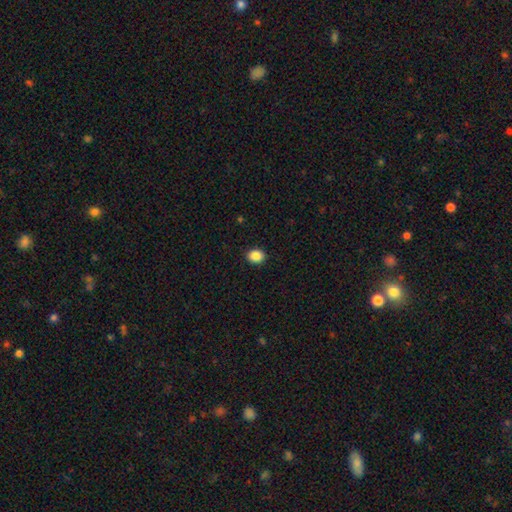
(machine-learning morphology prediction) Smooth or featured? smooth (88%)
How rounded? round (50%)
Merging? none (90%)